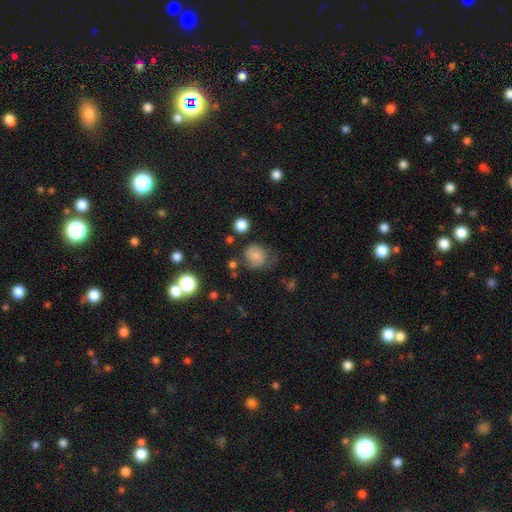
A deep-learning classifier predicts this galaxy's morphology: type=smooth (68%); roundness=round (77%); merging=none (51%).